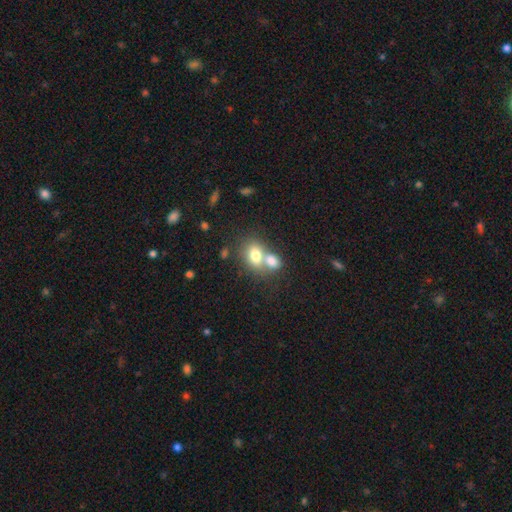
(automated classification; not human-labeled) Smooth or featured: smooth — 74% (featured or disk — 17%)
How rounded: in between — 62% (round — 37%)
Merging: merger — 58% (none — 30%)